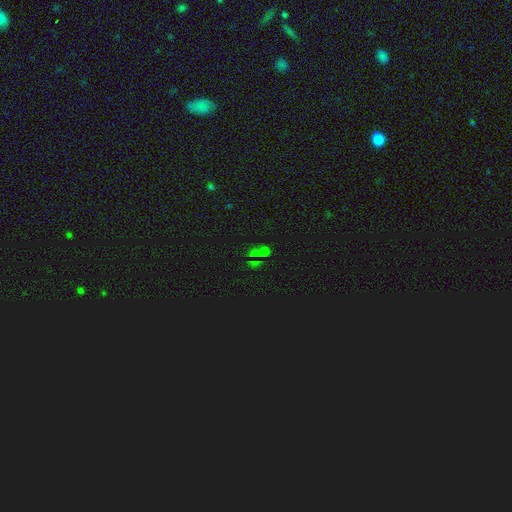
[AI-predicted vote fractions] Smooth or featured? star or artifact (62%)